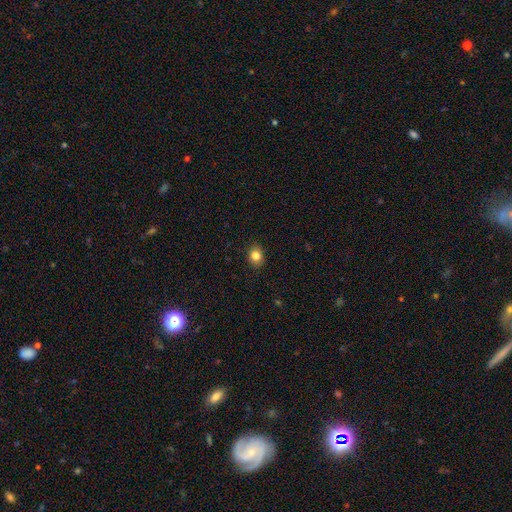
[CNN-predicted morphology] smooth_or_featured: smooth (p=0.83) [alt: star or artifact p=0.10]
how_rounded: round (p=0.58) [alt: in between p=0.41]
merging: none (p=0.88) [alt: minor disturbance p=0.09]